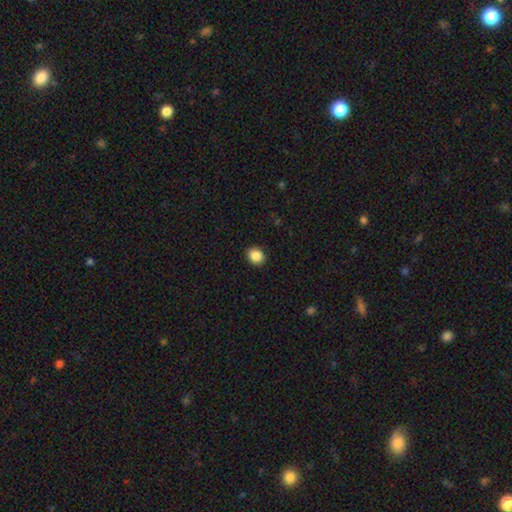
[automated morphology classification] smooth 88%, star or artifact 9%, featured or disk 3%. Down the decision tree: how rounded — round (60%); merging — none (91%).